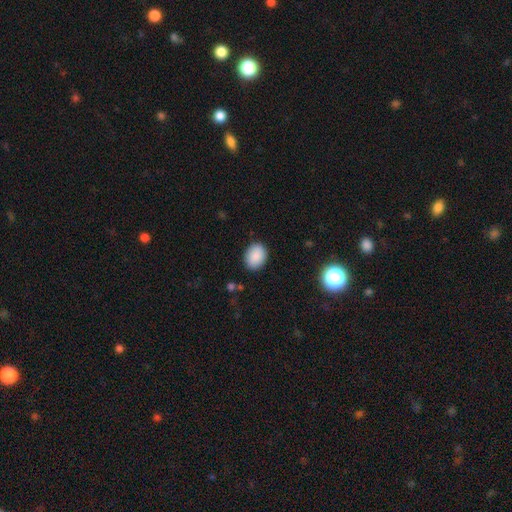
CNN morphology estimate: Smooth or featured? smooth (88%)
How rounded? in between (61%)
Merging? none (87%)